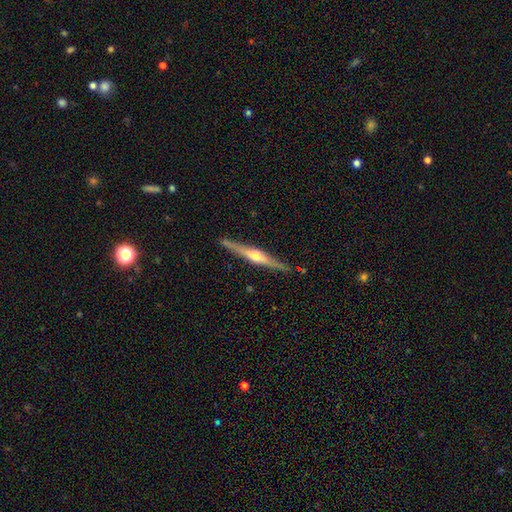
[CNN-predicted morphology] Overall: featured or disk (75%). Edge-on disk: yes (98%). Edge-on bulge: rounded (89%). Merging: none (87%).